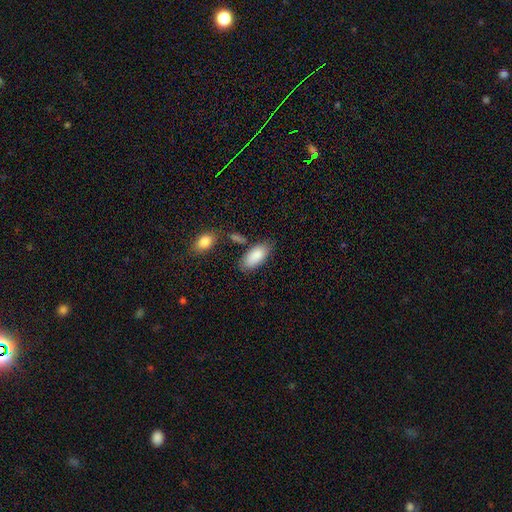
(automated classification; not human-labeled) Smooth or featured?
  - smooth: 87% *
  - featured or disk: 7%
  - star or artifact: 6%
How rounded?
  - in between: 91% *
  - cigar-shaped: 7%
  - round: 2%
Merging?
  - none: 71% *
  - minor disturbance: 16%
  - merger: 8%
  - major disturbance: 4%